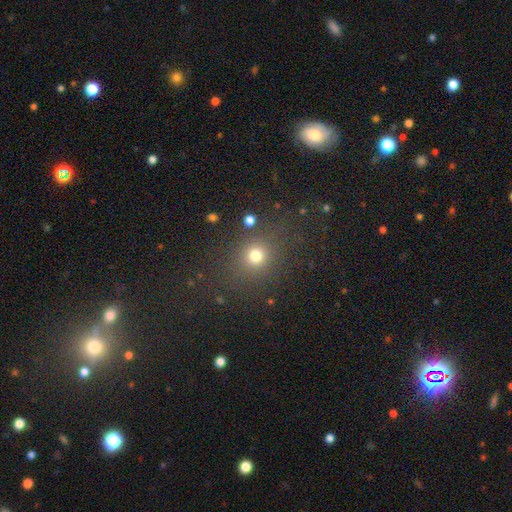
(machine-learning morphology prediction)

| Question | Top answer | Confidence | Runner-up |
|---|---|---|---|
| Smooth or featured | smooth | 74% | star or artifact (18%) |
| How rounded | round | 81% | in between (17%) |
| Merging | none | 78% | minor disturbance (11%) |